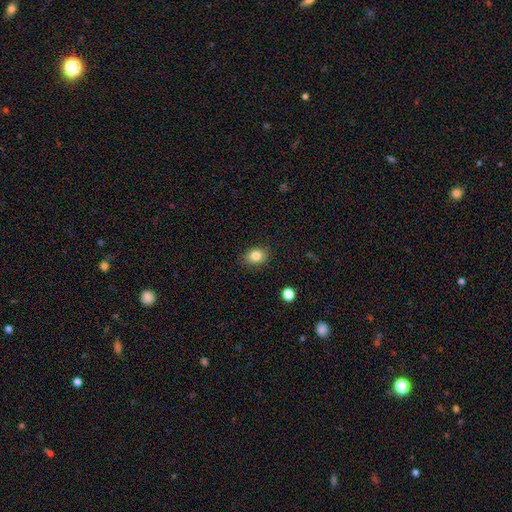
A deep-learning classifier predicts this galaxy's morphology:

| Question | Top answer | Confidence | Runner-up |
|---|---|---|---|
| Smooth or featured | smooth | 83% | star or artifact (10%) |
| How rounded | in between | 52% | round (47%) |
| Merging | none | 86% | minor disturbance (10%) |